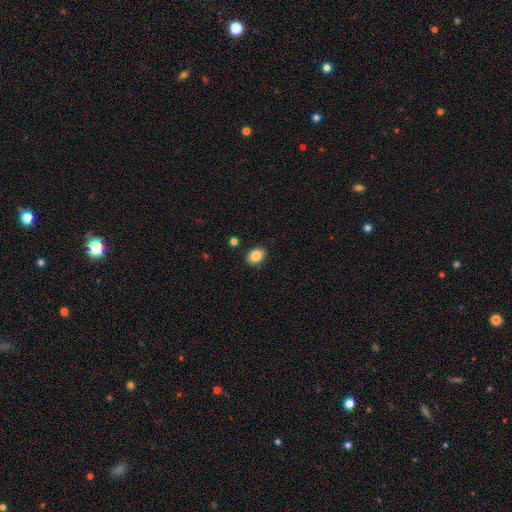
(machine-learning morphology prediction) The model was most divided on "how rounded": in between: 74%, round: 25%, cigar-shaped: 1%. More confident: merging — none (87%); smooth or featured — smooth (86%).